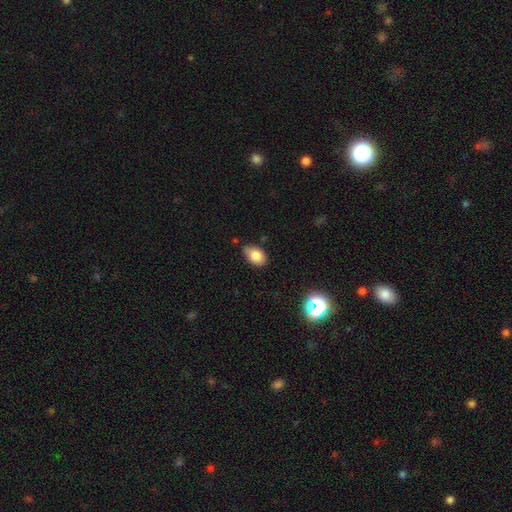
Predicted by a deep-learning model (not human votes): Smooth or featured? Predicted: smooth (p=0.83). How rounded? Predicted: in between (p=0.88). Merging? Predicted: none (p=0.72).